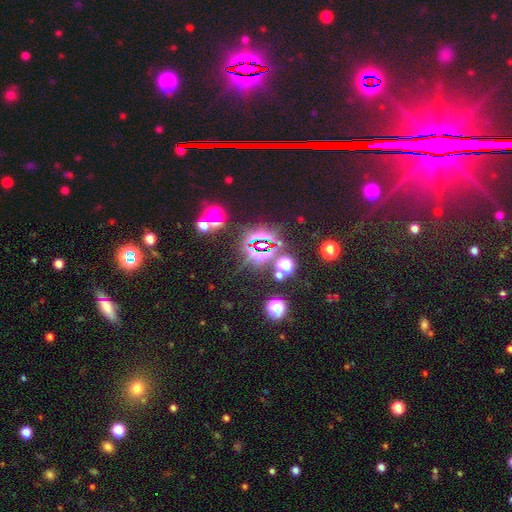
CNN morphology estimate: star or artifact 78%, smooth 13%, featured or disk 9%.